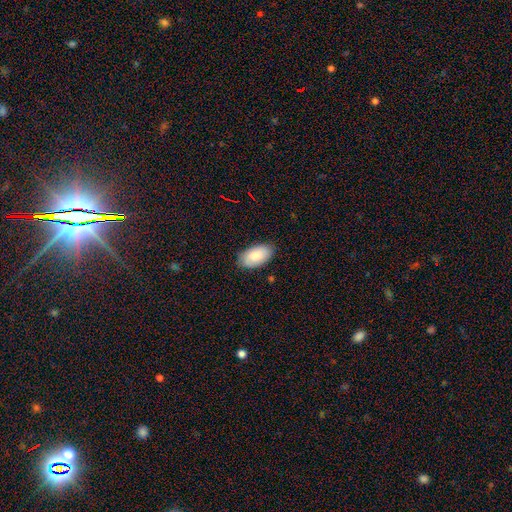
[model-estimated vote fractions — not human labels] A smooth galaxy with no disk features (80%) that is in between round and cigar-shaped (95%). Merging: none (83%).